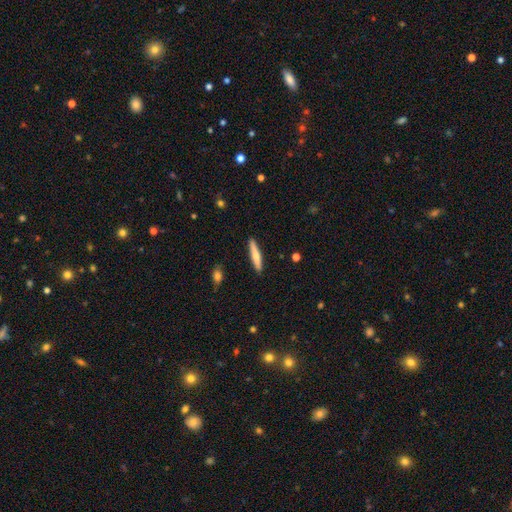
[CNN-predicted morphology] smooth_or_featured: smooth (p=0.66) [alt: featured or disk p=0.29]
how_rounded: cigar-shaped (p=0.91) [alt: in between p=0.08]
merging: none (p=0.90) [alt: minor disturbance p=0.07]